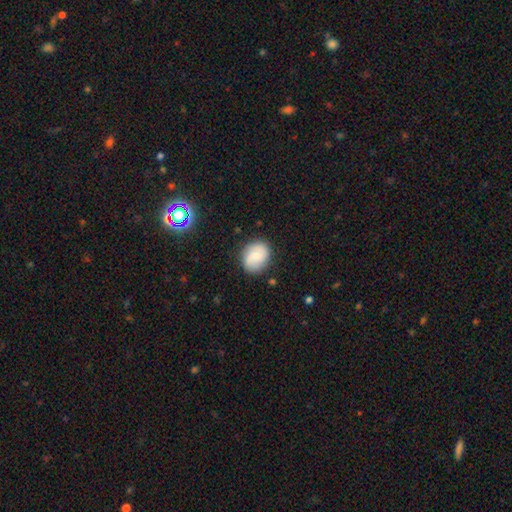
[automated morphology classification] smooth_or_featured: smooth (p=0.62) [alt: featured or disk p=0.30]
how_rounded: round (p=0.58) [alt: in between p=0.41]
merging: none (p=0.81) [alt: minor disturbance p=0.14]